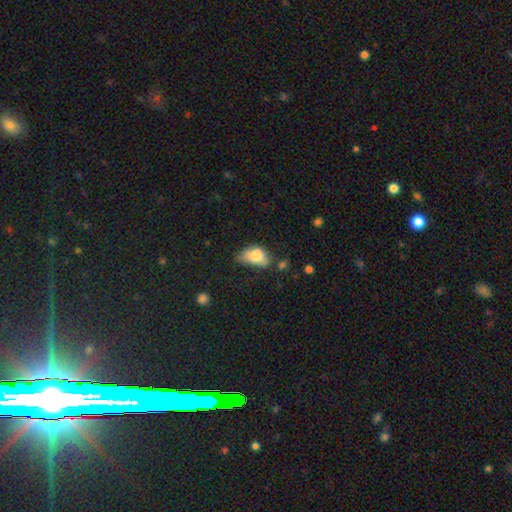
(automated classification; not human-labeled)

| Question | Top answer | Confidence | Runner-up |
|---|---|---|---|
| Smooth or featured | smooth | 74% | featured or disk (17%) |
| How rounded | in between | 88% | round (9%) |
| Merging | minor disturbance | 40% | major disturbance (27%) |